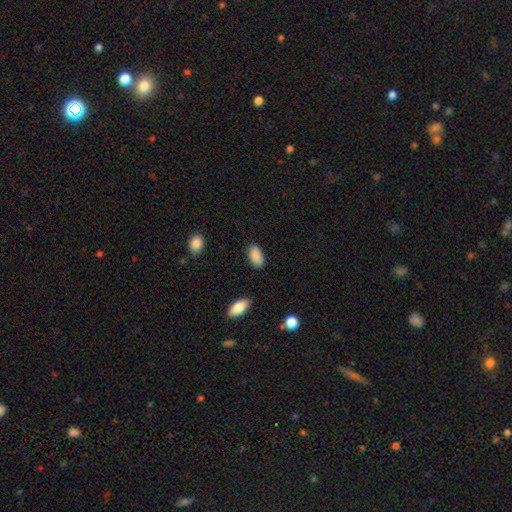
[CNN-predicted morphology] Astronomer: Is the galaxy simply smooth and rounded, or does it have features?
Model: smooth — 89%.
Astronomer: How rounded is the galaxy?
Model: in between — 94%.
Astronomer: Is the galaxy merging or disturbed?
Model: none — 85%.